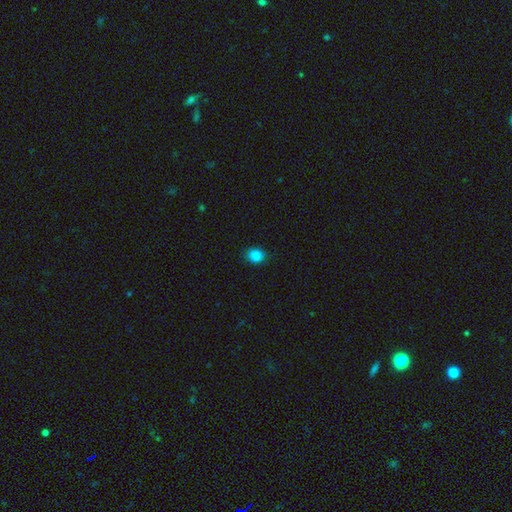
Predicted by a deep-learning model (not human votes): Q: Smooth or featured?
A: smooth (86%); runner-up: star or artifact (11%)
Q: How rounded?
A: round (70%); runner-up: in between (29%)
Q: Merging?
A: none (88%); runner-up: minor disturbance (9%)